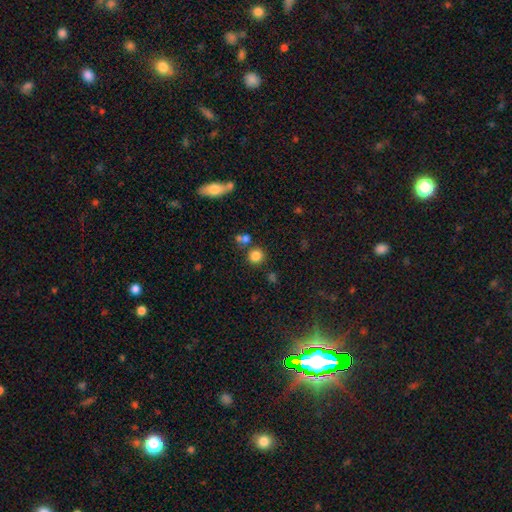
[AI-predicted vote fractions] A smooth galaxy with no disk features (82%) that is round (89%). Merging: none (77%).